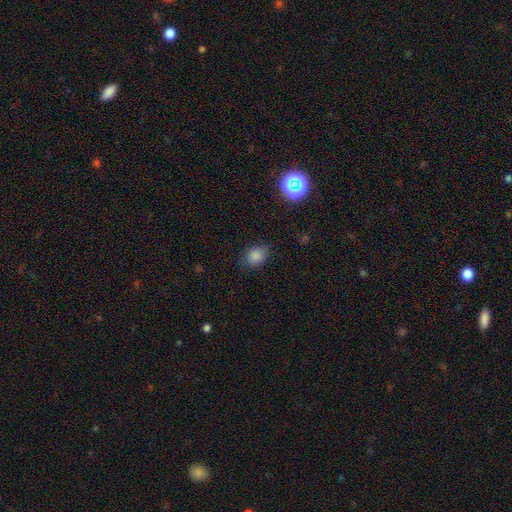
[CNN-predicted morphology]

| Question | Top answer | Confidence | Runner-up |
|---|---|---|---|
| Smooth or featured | smooth | 83% | star or artifact (12%) |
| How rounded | in between | 60% | round (39%) |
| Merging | none | 78% | minor disturbance (17%) |